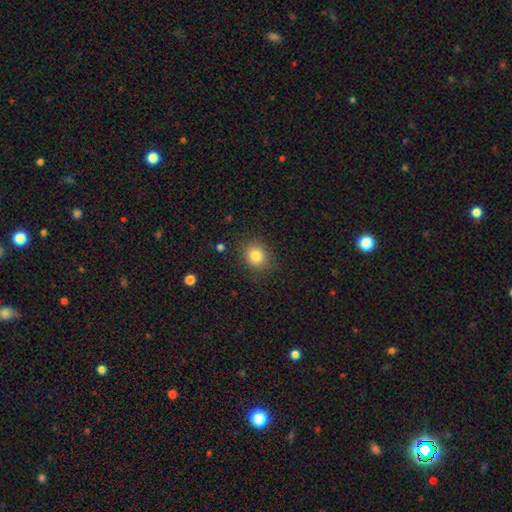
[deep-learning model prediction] smooth 82%, star or artifact 11%, featured or disk 6%. Down the decision tree: how rounded — round (76%); merging — none (86%).